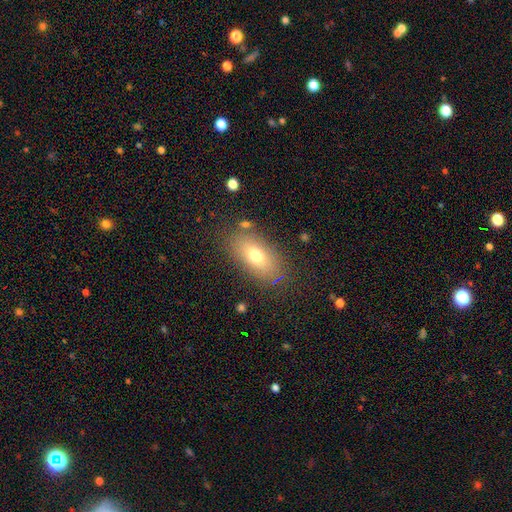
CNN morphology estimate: smooth_or_featured: smooth (p=0.72) [alt: featured or disk p=0.18]
how_rounded: in between (p=0.86) [alt: round p=0.08]
merging: none (p=0.80) [alt: minor disturbance p=0.12]